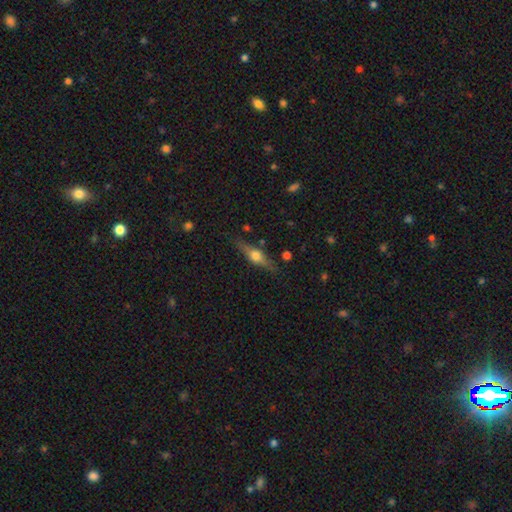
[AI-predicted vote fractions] Overall: featured or disk (65%; smooth 28%). Edge-on disk: yes (95%). Edge-on bulge: rounded (94%). Merging: none (83%).